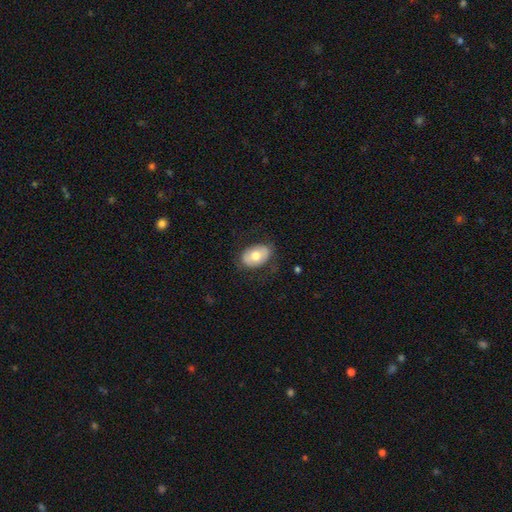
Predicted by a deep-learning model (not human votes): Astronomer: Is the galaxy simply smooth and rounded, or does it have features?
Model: smooth — 70%.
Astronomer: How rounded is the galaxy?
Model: in between — 89%.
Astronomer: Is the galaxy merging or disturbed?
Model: none — 78%.